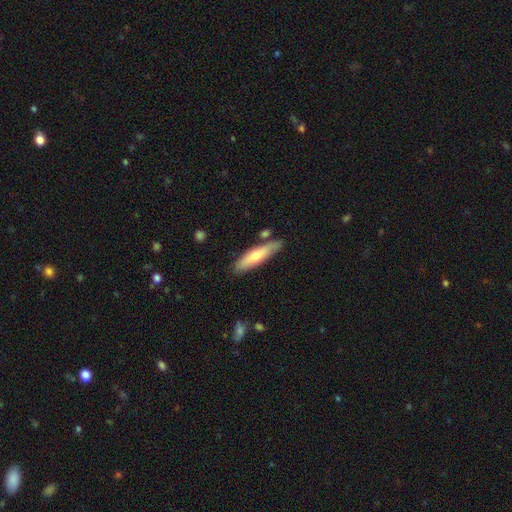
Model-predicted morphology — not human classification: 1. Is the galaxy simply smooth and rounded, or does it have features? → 56% smooth, 38% featured or disk, 6% star or artifact.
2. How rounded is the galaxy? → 76% cigar-shaped, 22% in between, 2% round.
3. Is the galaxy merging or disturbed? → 80% none, 13% minor disturbance, 4% merger, 2% major disturbance.